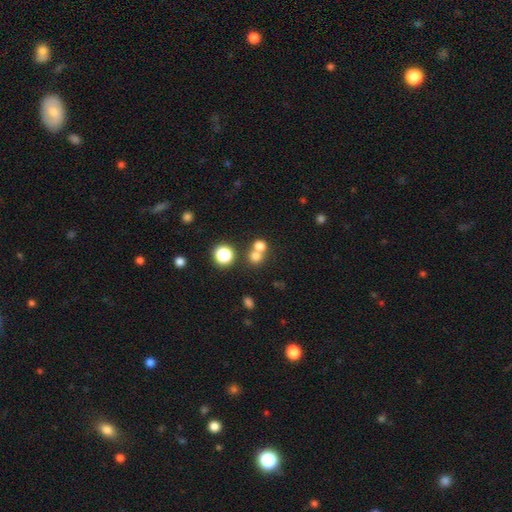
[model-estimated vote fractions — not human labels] Smooth or featured?
  - smooth: 70% *
  - star or artifact: 19%
  - featured or disk: 11%
How rounded?
  - round: 84% *
  - in between: 15%
  - cigar-shaped: 1%
Merging?
  - none: 47% *
  - merger: 44%
  - minor disturbance: 6%
  - major disturbance: 3%